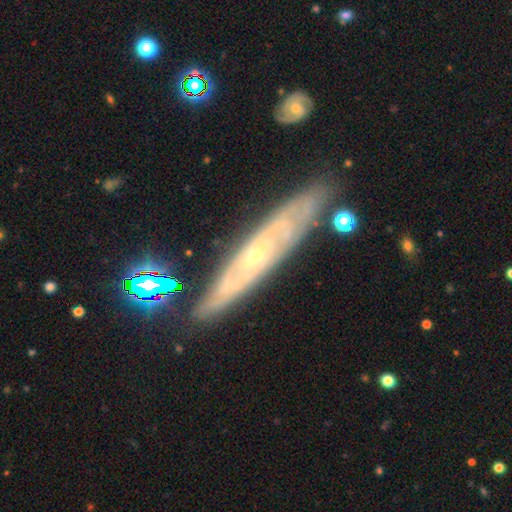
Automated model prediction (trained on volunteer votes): This is clearly a featured or disk galaxy (81%). It is likely not viewed edge-on (65%). Bar: likely no (69%). Spiral arm pattern: clearly yes (87%). Central bulge: likely small (71%). Merging: clearly none (83%).